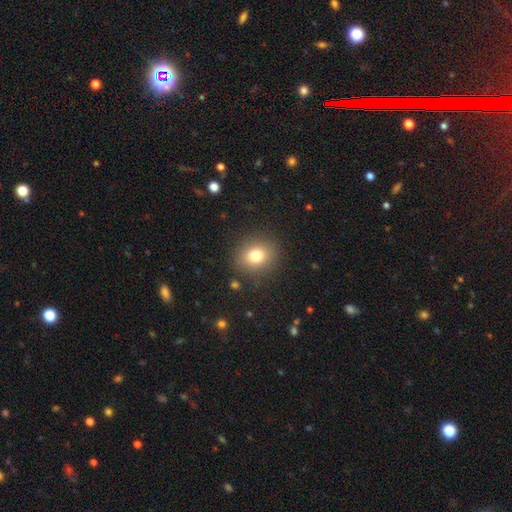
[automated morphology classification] Smooth or featured? smooth (78%)
How rounded? round (77%)
Merging? none (88%)